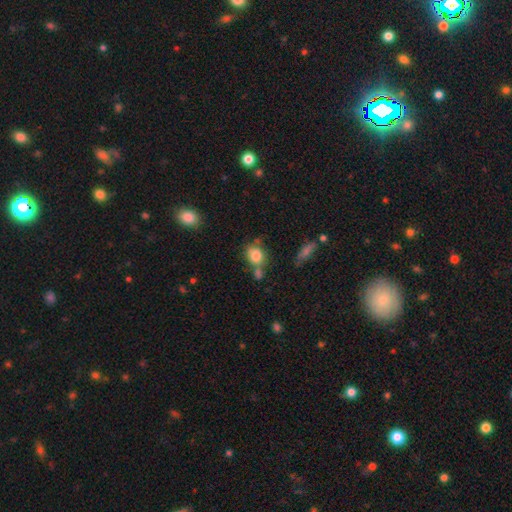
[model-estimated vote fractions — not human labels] This is clearly a smooth galaxy (82%). How rounded: possibly round (52%). Merging: possibly none (51%).